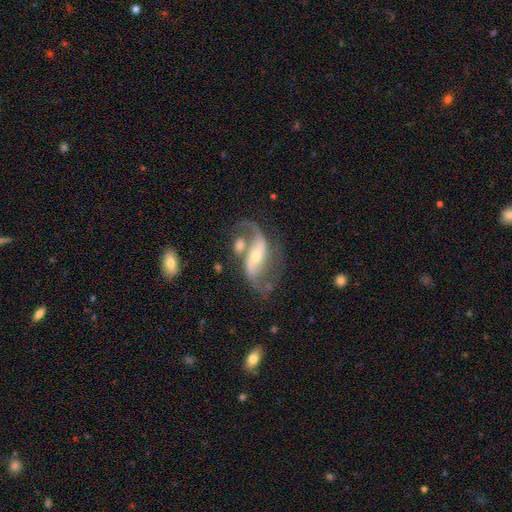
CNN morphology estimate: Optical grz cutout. It shows a featured or disk galaxy (87%) with a strong bar (39%), 2 (88%) loose (62%) spiral arms (95%) and a small central bulge (52%). Merging: none (49%).